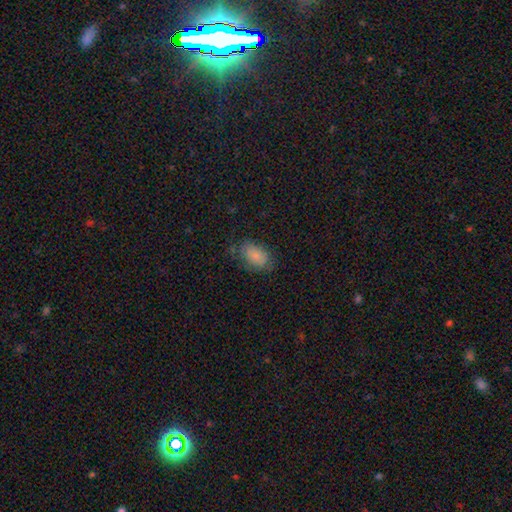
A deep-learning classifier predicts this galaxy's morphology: Smooth or featured? Predicted: smooth (p=0.80). How rounded? Predicted: in between (p=0.90). Merging? Predicted: none (p=0.67).